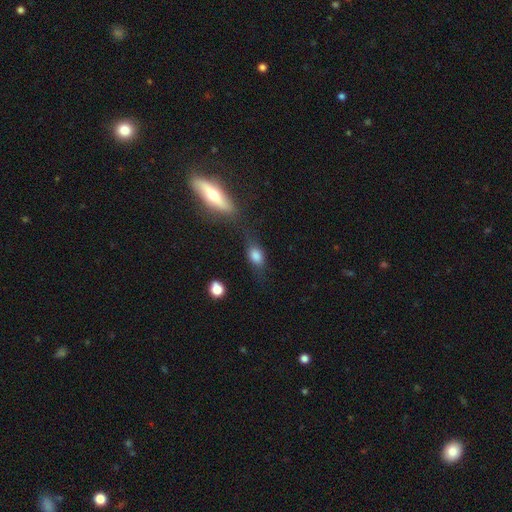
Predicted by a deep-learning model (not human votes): smooth_or_featured: smooth (p=0.74) [alt: featured or disk p=0.15]
how_rounded: in between (p=0.73) [alt: round p=0.19]
merging: none (p=0.54) [alt: minor disturbance p=0.23]